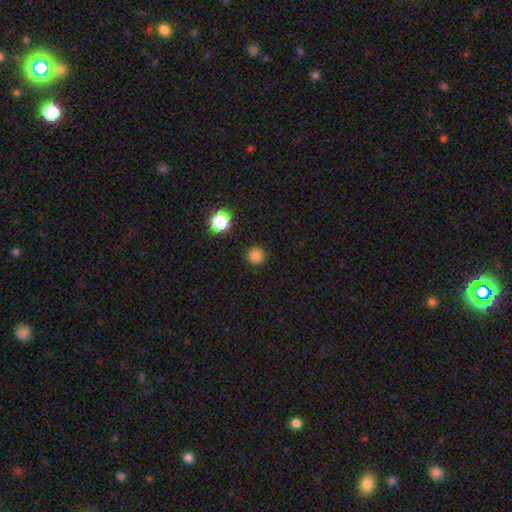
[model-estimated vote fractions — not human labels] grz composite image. It shows a smooth galaxy with no disk features (81%) that is round (95%). Merging: none (92%).